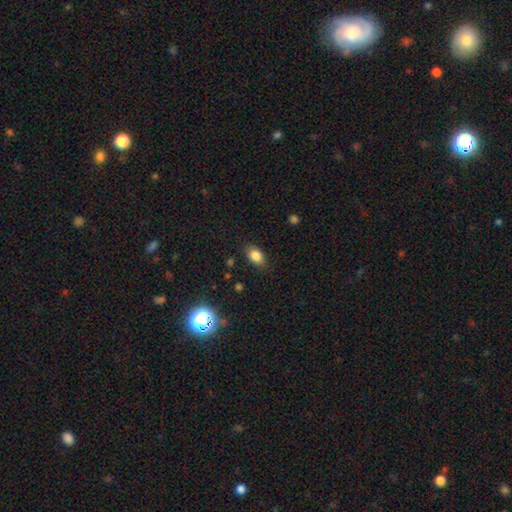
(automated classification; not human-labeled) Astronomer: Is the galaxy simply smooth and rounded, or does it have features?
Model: smooth — 83%.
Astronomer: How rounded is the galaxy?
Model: in between — 81%.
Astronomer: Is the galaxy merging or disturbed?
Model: none — 83%.